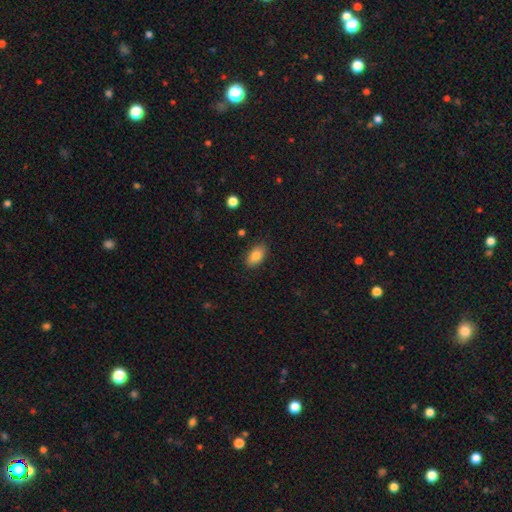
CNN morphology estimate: type=smooth (84%); roundness=in between (91%); merging=none (86%).